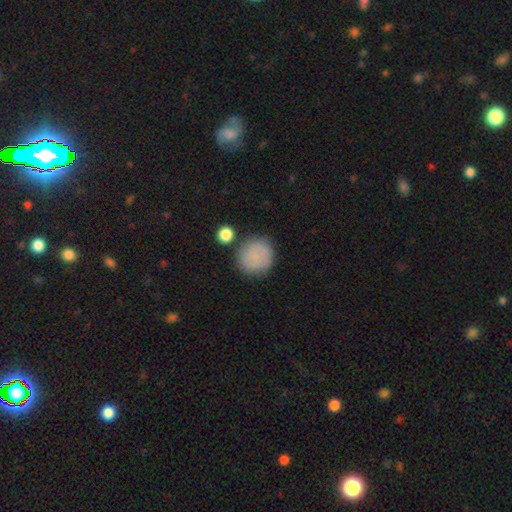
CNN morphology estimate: Smooth or featured? Predicted: smooth (p=0.74). How rounded? Predicted: round (p=0.91). Merging? Predicted: none (p=0.78).